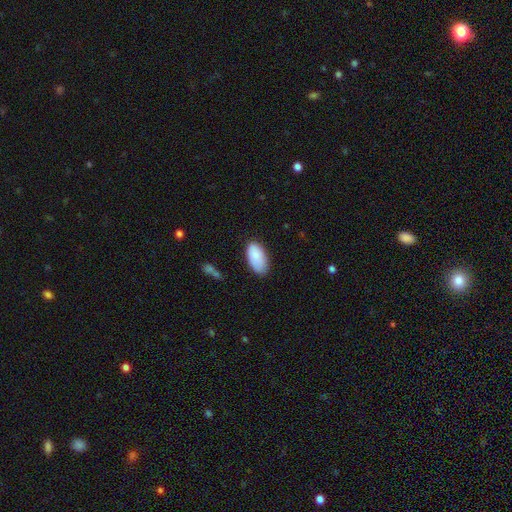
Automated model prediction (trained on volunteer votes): Smooth or featured?
  - smooth: 87% *
  - star or artifact: 6%
  - featured or disk: 6%
How rounded?
  - in between: 95% *
  - round: 3%
  - cigar-shaped: 2%
Merging?
  - none: 74% *
  - minor disturbance: 21%
  - major disturbance: 4%
  - merger: 2%